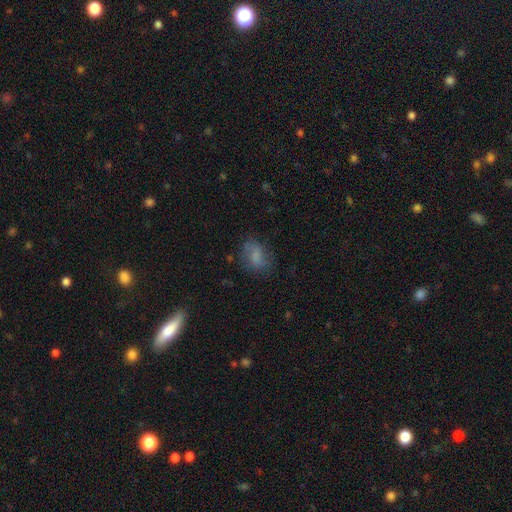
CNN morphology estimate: Q: Smooth or featured?
A: smooth (68%); runner-up: featured or disk (21%)
Q: How rounded?
A: in between (71%); runner-up: round (26%)
Q: Merging?
A: none (62%); runner-up: minor disturbance (23%)